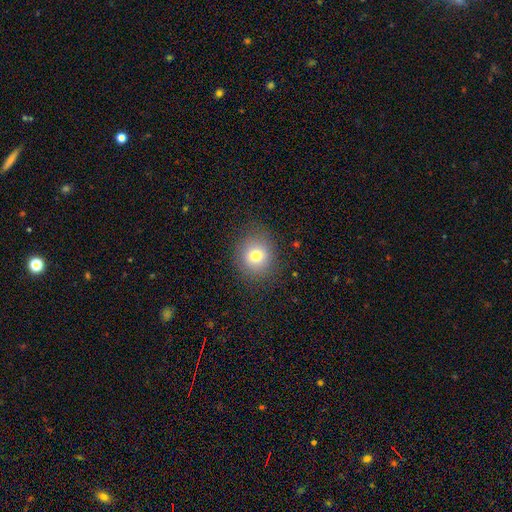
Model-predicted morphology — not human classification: The model was most divided on "smooth or featured": smooth: 77%, star or artifact: 13%, featured or disk: 11%. More confident: merging — none (85%); how rounded — round (83%).